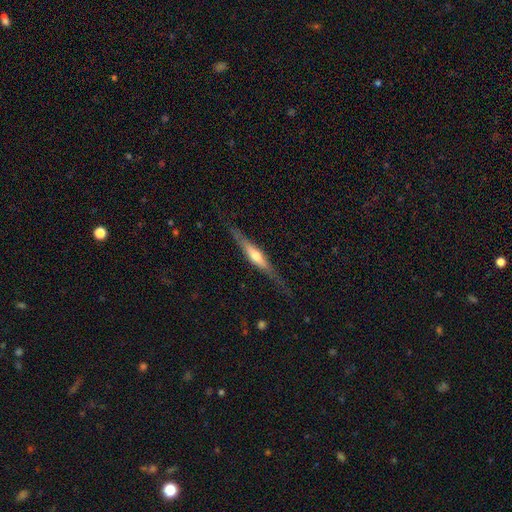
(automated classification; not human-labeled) A featured or disk galaxy (63%) viewed edge-on (94%) with a rounded central bulge (80%). Merging: none (75%).